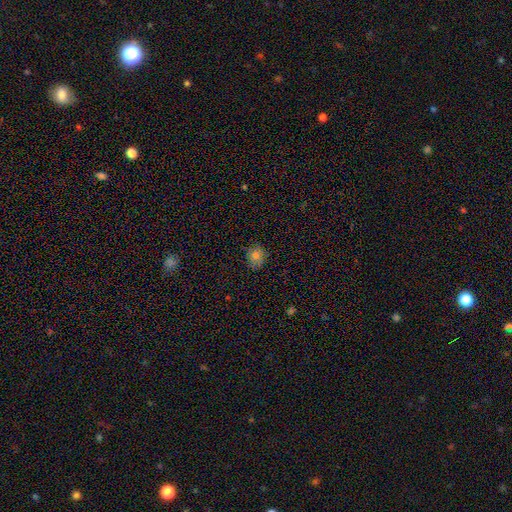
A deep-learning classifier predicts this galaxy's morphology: Q: Smooth or featured?
A: smooth (77%); runner-up: star or artifact (13%)
Q: How rounded?
A: round (68%); runner-up: in between (31%)
Q: Merging?
A: none (79%); runner-up: minor disturbance (16%)